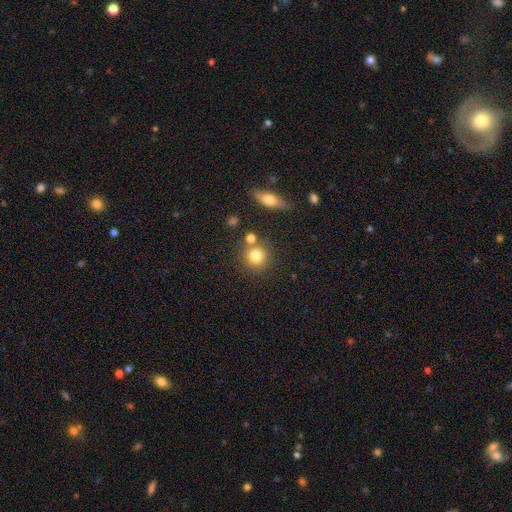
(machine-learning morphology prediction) Smooth or featured?
  - smooth: 79% *
  - star or artifact: 11%
  - featured or disk: 10%
How rounded?
  - round: 89% *
  - in between: 10%
  - cigar-shaped: 1%
Merging?
  - none: 75% *
  - merger: 12%
  - minor disturbance: 9%
  - major disturbance: 3%